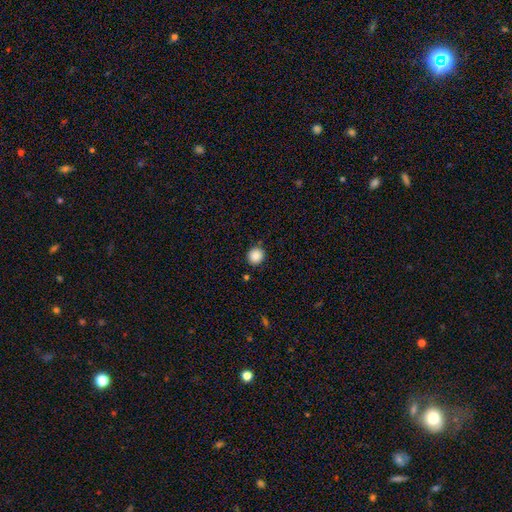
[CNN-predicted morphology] Smooth or featured?
  - smooth: 87% *
  - star or artifact: 10%
  - featured or disk: 3%
How rounded?
  - round: 90% *
  - in between: 9%
  - cigar-shaped: 1%
Merging?
  - none: 88% *
  - minor disturbance: 8%
  - merger: 2%
  - major disturbance: 2%